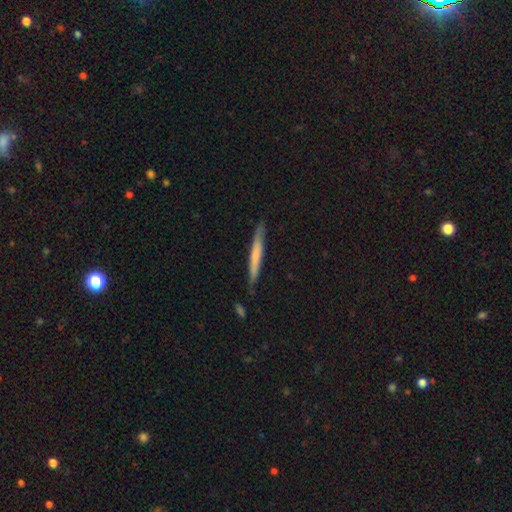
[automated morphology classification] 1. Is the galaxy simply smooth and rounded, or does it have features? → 60% smooth, 35% featured or disk, 5% star or artifact.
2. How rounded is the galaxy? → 96% cigar-shaped, 3% in between, 1% round.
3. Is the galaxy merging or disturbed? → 83% none, 13% minor disturbance, 2% major disturbance, 2% merger.